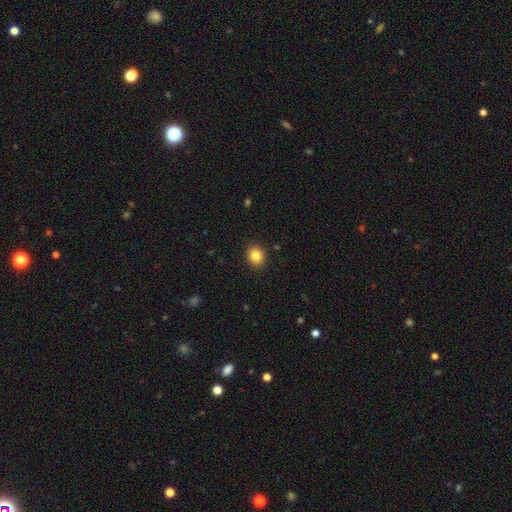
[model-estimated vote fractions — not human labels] Morphology: type=smooth (84%); roundness=round (78%); merging=none (91%).